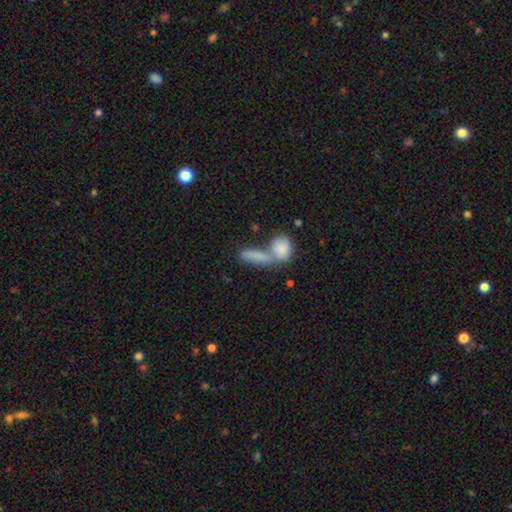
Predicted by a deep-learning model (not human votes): Morphology: type=smooth (79%); roundness=in between (53%); merging=merger (56%).